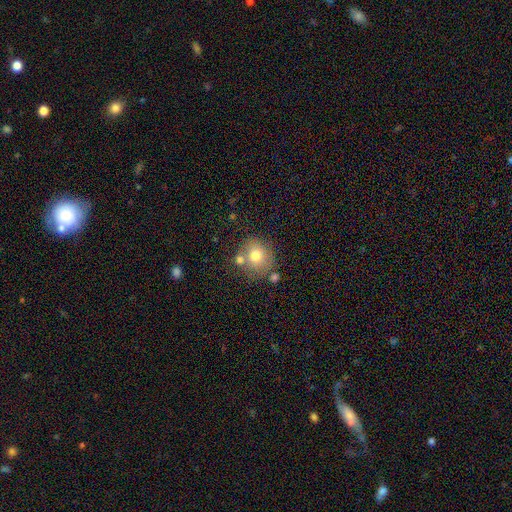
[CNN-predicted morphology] Smooth or featured: smooth — 73% (featured or disk — 17%)
How rounded: round — 81% (in between — 18%)
Merging: none — 61% (merger — 19%)